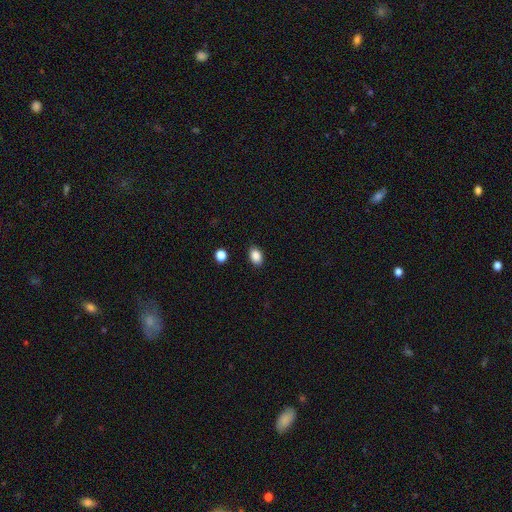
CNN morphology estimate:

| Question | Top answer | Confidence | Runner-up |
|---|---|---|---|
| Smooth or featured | smooth | 87% | star or artifact (9%) |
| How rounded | in between | 81% | round (18%) |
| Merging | none | 87% | minor disturbance (9%) |